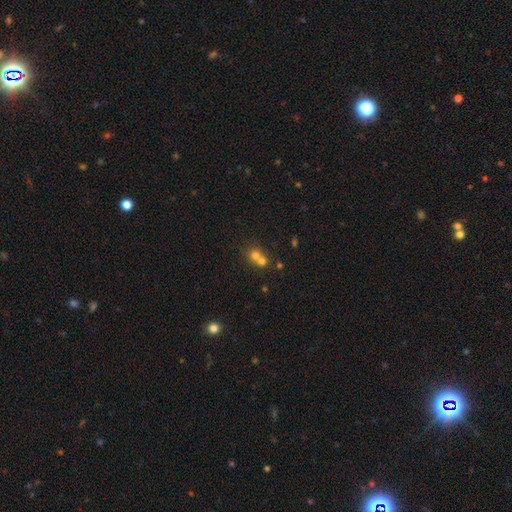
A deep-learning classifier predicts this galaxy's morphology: Smooth or featured?
  - smooth: 68% *
  - featured or disk: 17%
  - star or artifact: 15%
How rounded?
  - round: 80% *
  - in between: 18%
  - cigar-shaped: 1%
Merging?
  - merger: 62% *
  - none: 31%
  - minor disturbance: 5%
  - major disturbance: 2%